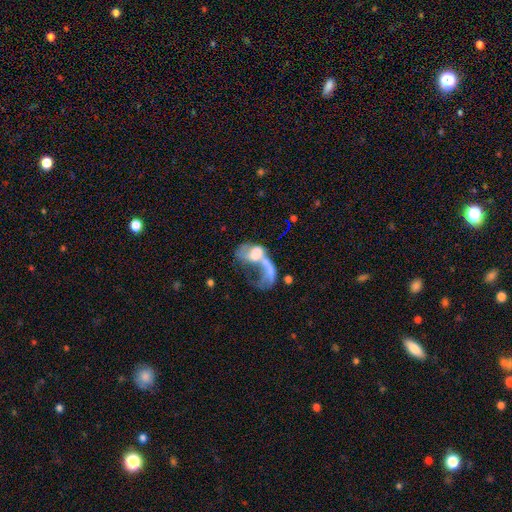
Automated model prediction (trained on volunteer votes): The model was most divided on "spiral arms": no: 56%, yes: 44%. Remaining: edge-on disk — no (95%); bar — no (70%); smooth or featured — featured or disk (60%); merging — merger (50%); bulge size — moderate (36%).